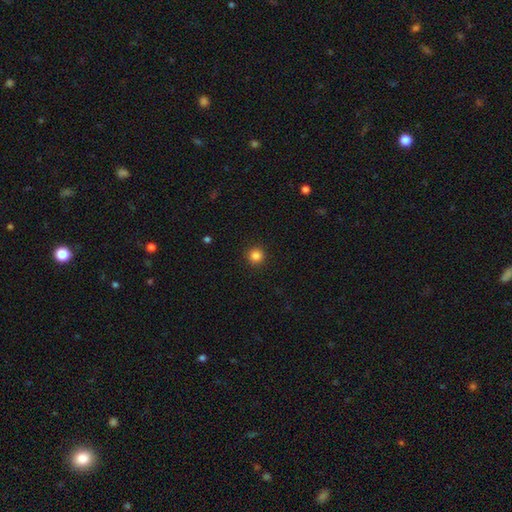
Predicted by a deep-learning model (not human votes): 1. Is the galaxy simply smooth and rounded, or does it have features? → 85% smooth, 12% star or artifact, 3% featured or disk.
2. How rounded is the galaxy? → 95% round, 4% in between, 1% cigar-shaped.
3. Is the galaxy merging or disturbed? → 93% none, 5% minor disturbance, 2% major disturbance, 1% merger.